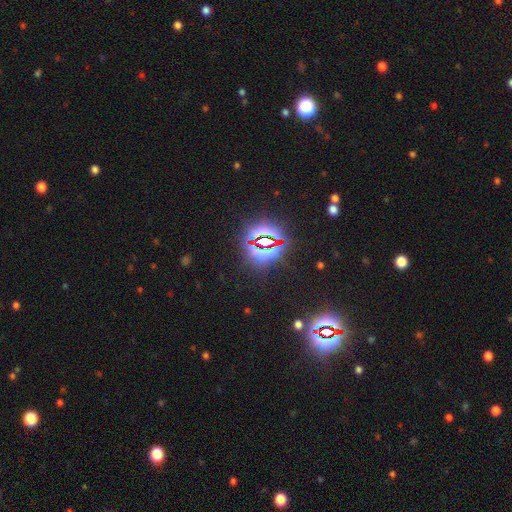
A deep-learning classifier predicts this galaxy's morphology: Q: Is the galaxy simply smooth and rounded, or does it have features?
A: star or artifact — 81%.